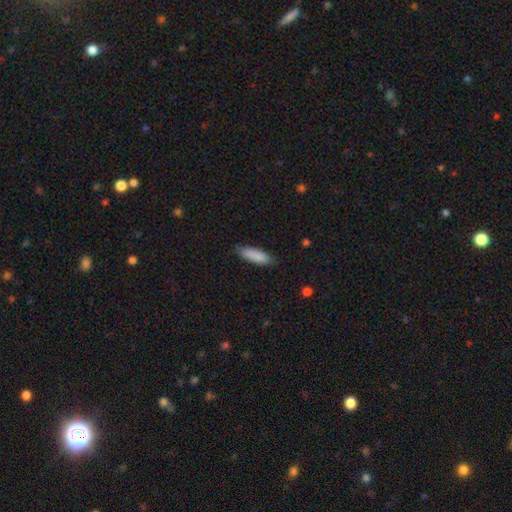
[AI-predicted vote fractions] smooth_or_featured: smooth (p=0.87) [alt: featured or disk p=0.07]
how_rounded: in between (p=0.51) [alt: cigar-shaped p=0.48]
merging: none (p=0.80) [alt: minor disturbance p=0.17]